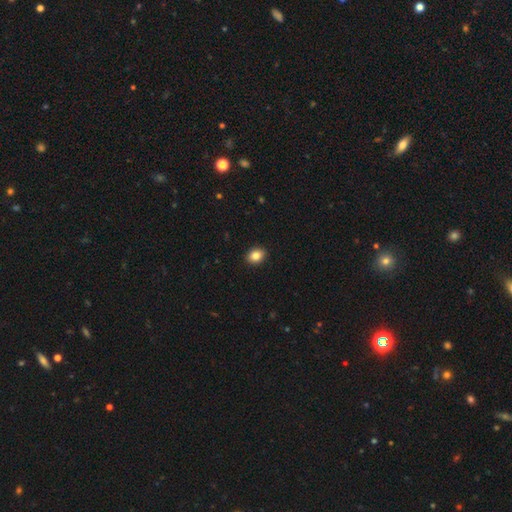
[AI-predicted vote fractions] This is clearly a smooth galaxy (85%). How rounded: possibly in between (57%). Merging: clearly none (92%).